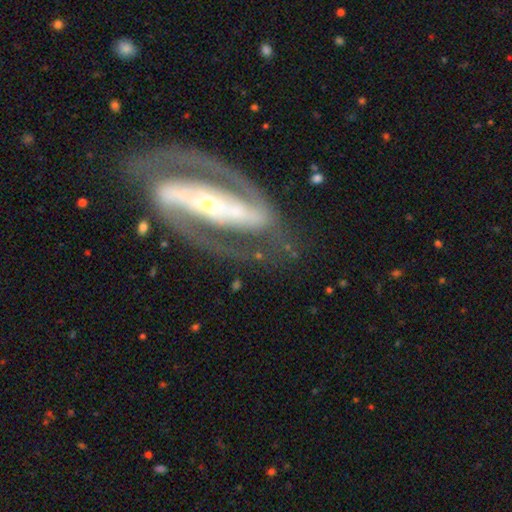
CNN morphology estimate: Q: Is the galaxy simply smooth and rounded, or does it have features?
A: featured or disk — 91%.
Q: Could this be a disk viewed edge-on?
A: no — 94%.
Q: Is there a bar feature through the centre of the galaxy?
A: strong — 73%.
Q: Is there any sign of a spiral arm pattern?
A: yes — 96%.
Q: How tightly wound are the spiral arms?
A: medium — 50%.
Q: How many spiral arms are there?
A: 2 — 93%.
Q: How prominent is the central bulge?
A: small — 72%.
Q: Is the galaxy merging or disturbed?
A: none — 80%.